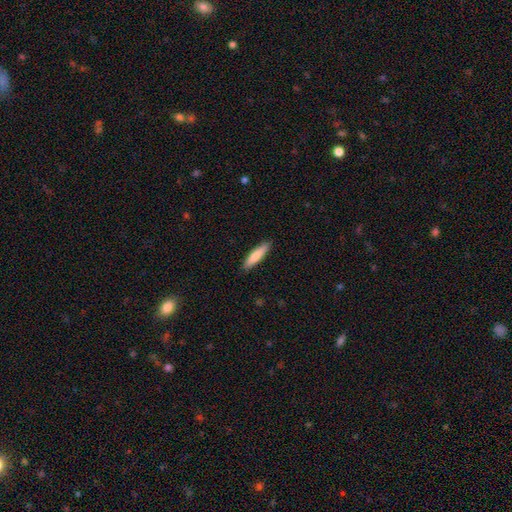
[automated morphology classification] Overall: smooth (79%). How rounded: cigar-shaped (81%). Merging: none (89%).